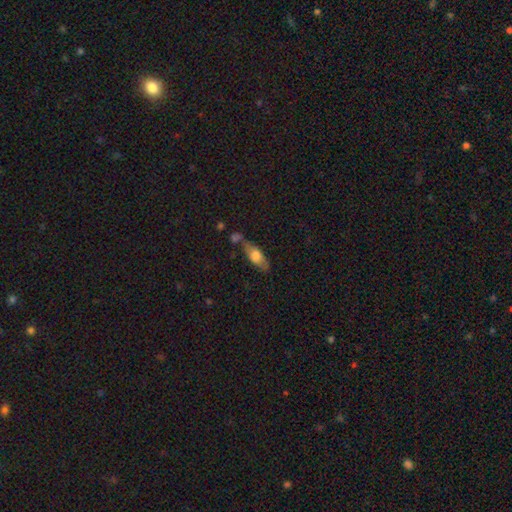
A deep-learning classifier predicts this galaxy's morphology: smooth_or_featured: smooth (p=0.62) [alt: featured or disk p=0.31]
how_rounded: in between (p=0.72) [alt: cigar-shaped p=0.25]
merging: none (p=0.59) [alt: minor disturbance p=0.21]